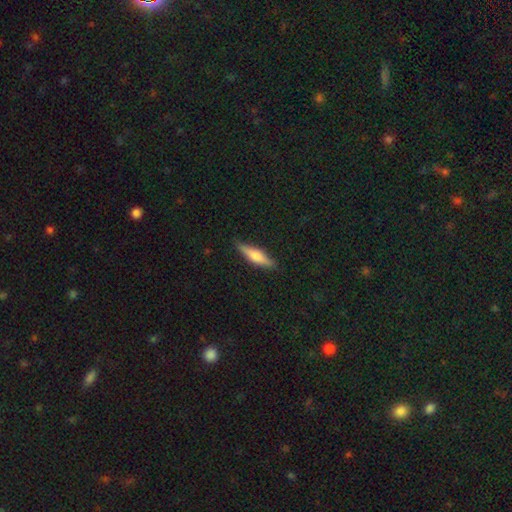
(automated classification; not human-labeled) A smooth galaxy with no disk features (52%) that is cigar-shaped (73%).

Vote fractions:
- Smooth or featured? smooth: 52% / featured or disk: 42% / star or artifact: 6%
- How rounded? cigar-shaped: 73% / in between: 25% / round: 2%
- Merging? none: 87% / minor disturbance: 10% / major disturbance: 2% / merger: 1%